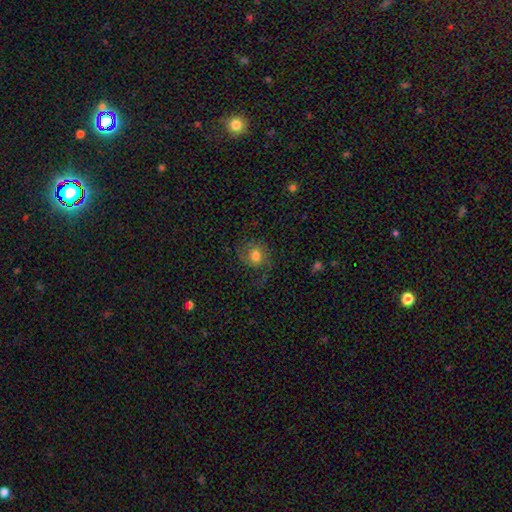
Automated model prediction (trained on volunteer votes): This appears to be a featured or disk galaxy (46%). Merging: none (60%).